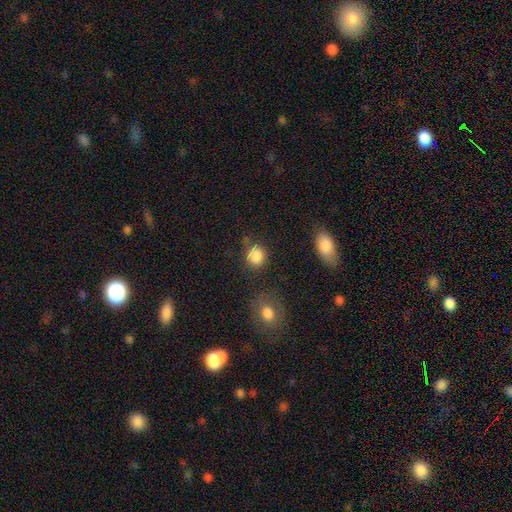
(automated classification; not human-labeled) Smooth or featured: smooth — 86% (star or artifact — 10%)
How rounded: round — 78% (in between — 21%)
Merging: none — 72% (minor disturbance — 16%)